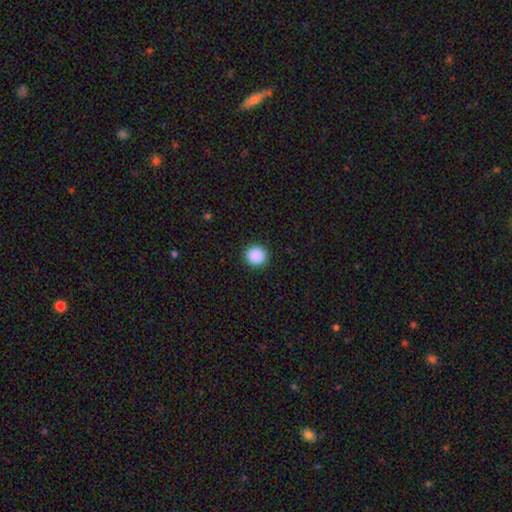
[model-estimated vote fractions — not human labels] smooth-or-featured: smooth: 89% | star or artifact: 9% | featured or disk: 2%
  how-rounded: round: 92% | in between: 7% | cigar-shaped: 1%
  merging: none: 92% | minor disturbance: 5% | major disturbance: 2% | merger: 1%